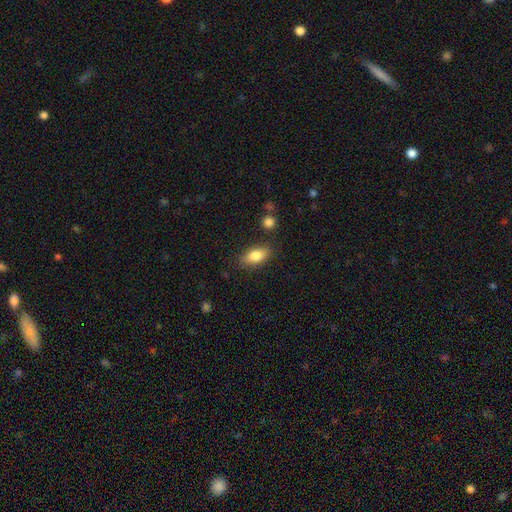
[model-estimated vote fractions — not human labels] This appears to be a smooth galaxy with no disk features (82%) that is in between round and cigar-shaped (84%). Merging: none (82%).